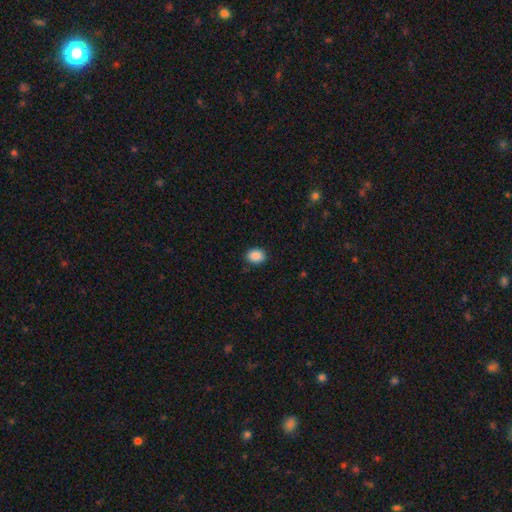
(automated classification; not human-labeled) This is clearly a smooth galaxy (89%). How rounded: possibly in between (54%). Merging: clearly none (88%).